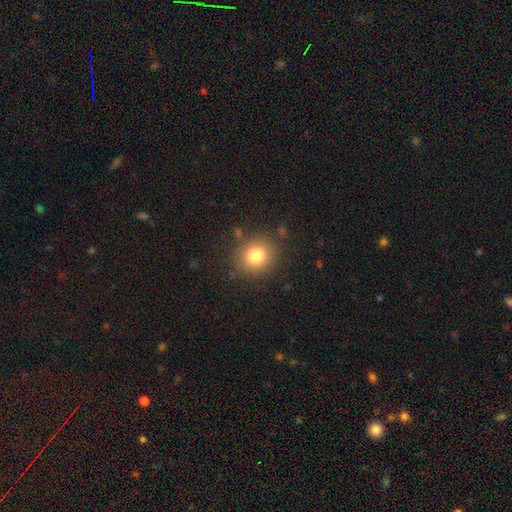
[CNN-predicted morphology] A smooth galaxy with no disk features (80%) that is round (84%).

Vote fractions:
- Smooth or featured? smooth: 80% / star or artifact: 12% / featured or disk: 8%
- How rounded? round: 84% / in between: 16% / cigar-shaped: 1%
- Merging? none: 85% / minor disturbance: 9% / major disturbance: 4% / merger: 2%